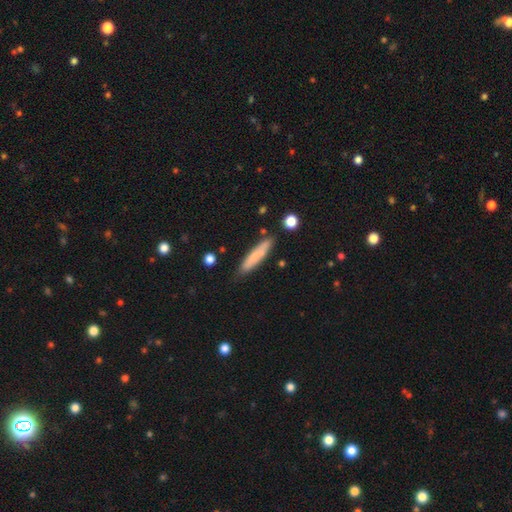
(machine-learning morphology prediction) Q: Smooth or featured?
A: smooth (71%); runner-up: featured or disk (23%)
Q: How rounded?
A: cigar-shaped (86%); runner-up: in between (13%)
Q: Merging?
A: none (79%); runner-up: minor disturbance (14%)